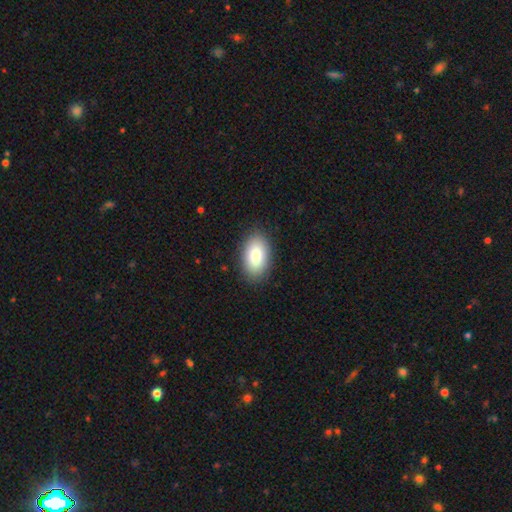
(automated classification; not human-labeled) smooth-or-featured: smooth: 82% | featured or disk: 11% | star or artifact: 7%
  how-rounded: in between: 93% | round: 6% | cigar-shaped: 1%
  merging: none: 88% | minor disturbance: 9% | major disturbance: 2% | merger: 1%